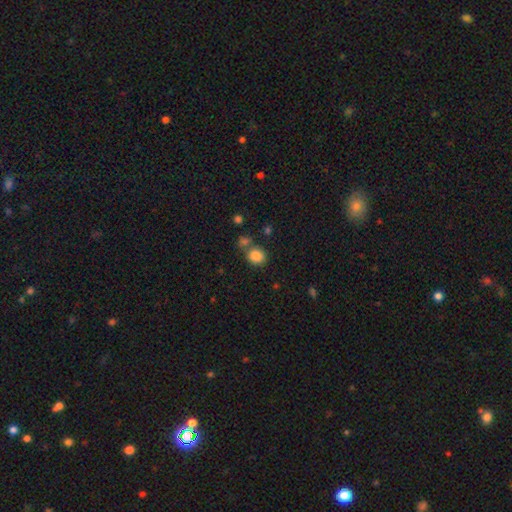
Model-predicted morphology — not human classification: smooth_or_featured: smooth (p=0.85) [alt: star or artifact p=0.11]
how_rounded: round (p=0.76) [alt: in between p=0.24]
merging: none (p=0.63) [alt: merger p=0.22]